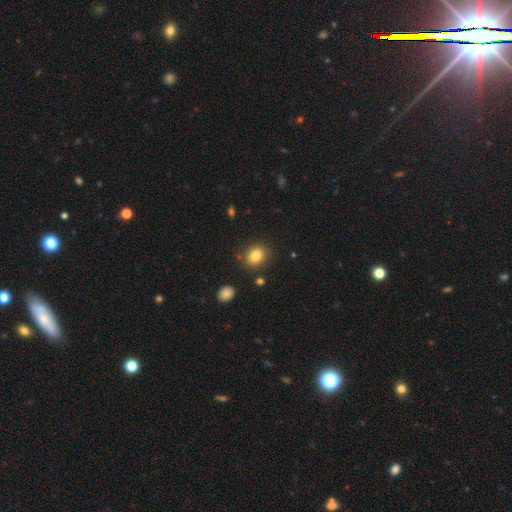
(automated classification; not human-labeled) Morphology: type=smooth (82%); roundness=round (58%); merging=none (85%).